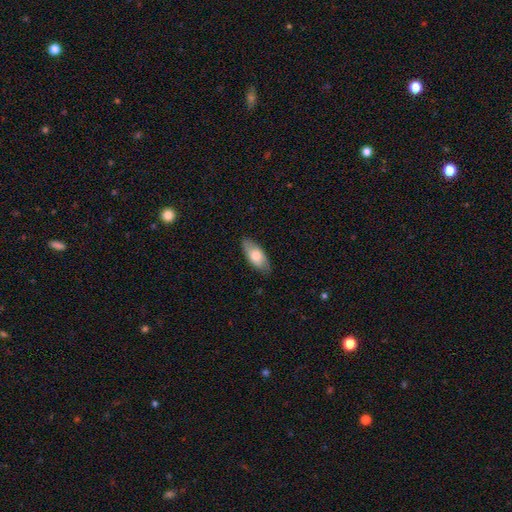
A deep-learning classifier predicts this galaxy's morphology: smooth-or-featured: smooth: 69% | featured or disk: 25% | star or artifact: 6%
  how-rounded: in between: 86% | cigar-shaped: 12% | round: 2%
  merging: none: 83% | minor disturbance: 14% | major disturbance: 2% | merger: 1%